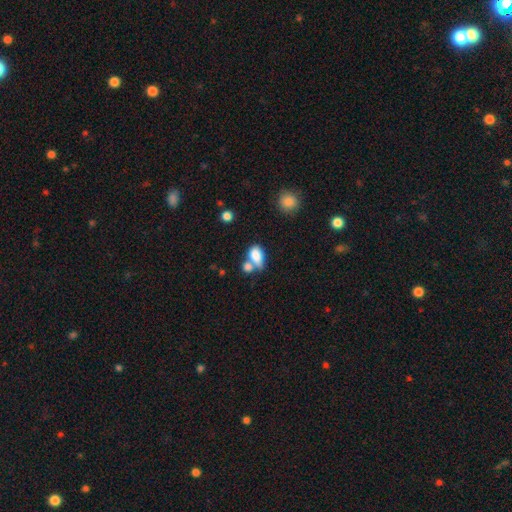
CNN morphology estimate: smooth_or_featured: smooth (p=0.79) [alt: featured or disk p=0.12]
how_rounded: in between (p=0.84) [alt: round p=0.12]
merging: merger (p=0.53) [alt: none p=0.27]